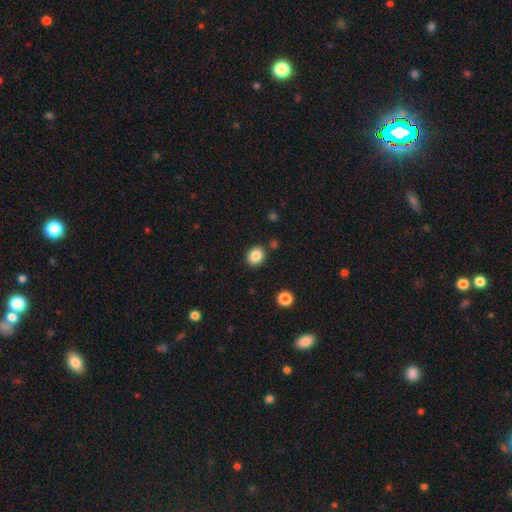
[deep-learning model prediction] This is clearly a smooth galaxy (86%). How rounded: possibly round (53%). Merging: clearly none (85%).